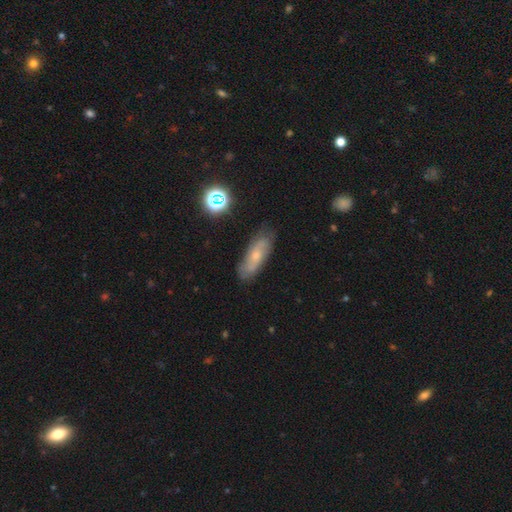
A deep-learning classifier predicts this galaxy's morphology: featured or disk 50%, smooth 40%, star or artifact 10%. Down the decision tree: merging — none (76%).